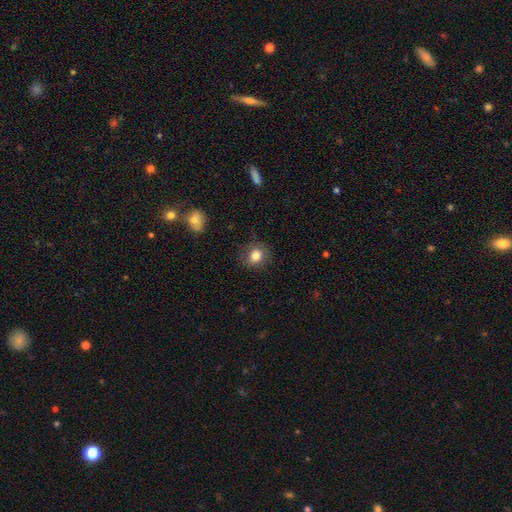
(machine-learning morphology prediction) Smooth or featured: smooth — 82% (star or artifact — 10%)
How rounded: round — 72% (in between — 27%)
Merging: none — 81% (minor disturbance — 13%)